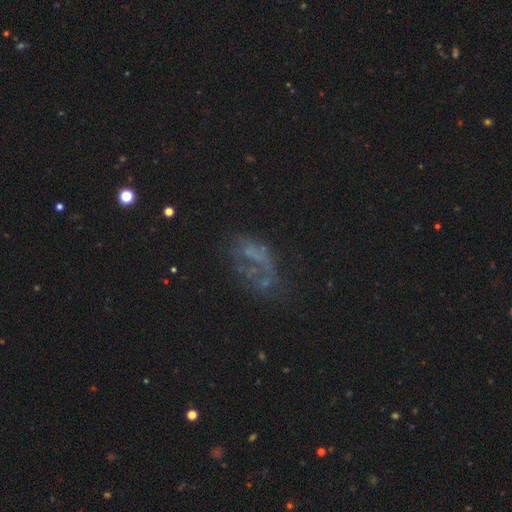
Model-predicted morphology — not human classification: Overall: featured or disk (48%; star or artifact 26%). Merging: none (41%; major disturbance 33%).